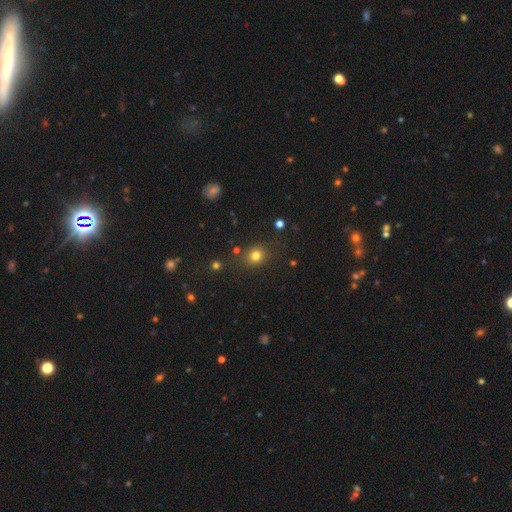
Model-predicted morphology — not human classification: Q: Smooth or featured?
A: smooth (78%); runner-up: star or artifact (16%)
Q: How rounded?
A: round (83%); runner-up: in between (16%)
Q: Merging?
A: none (82%); runner-up: minor disturbance (10%)